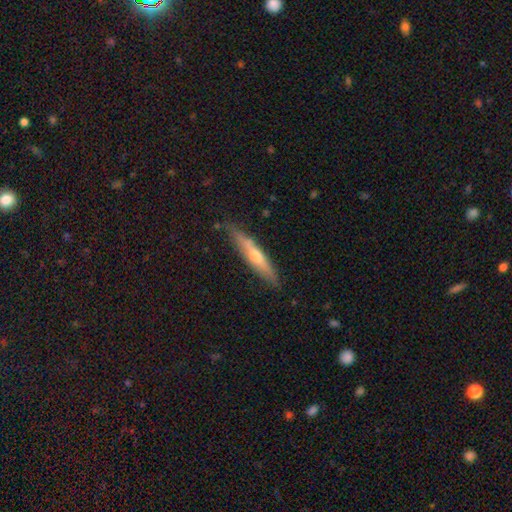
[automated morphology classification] A featured or disk galaxy (54%) viewed edge-on (91%).

Vote fractions:
- Smooth or featured? featured or disk: 54% / smooth: 40% / star or artifact: 6%
- Edge-on disk? yes: 91% / no: 9%
- Merging? none: 79% / minor disturbance: 16% / major disturbance: 3% / merger: 2%